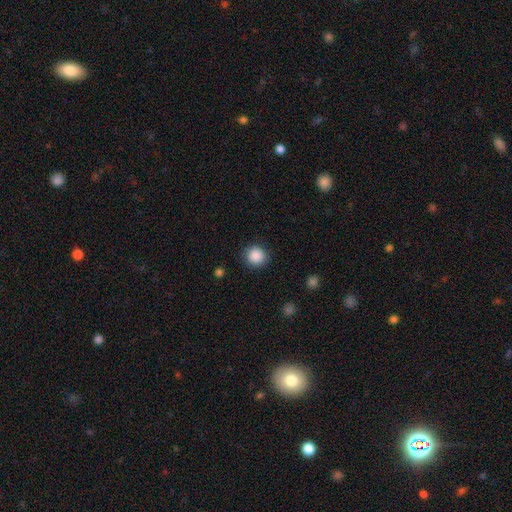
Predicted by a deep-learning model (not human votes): Morphology: type=smooth (88%); roundness=round (90%); merging=none (88%).